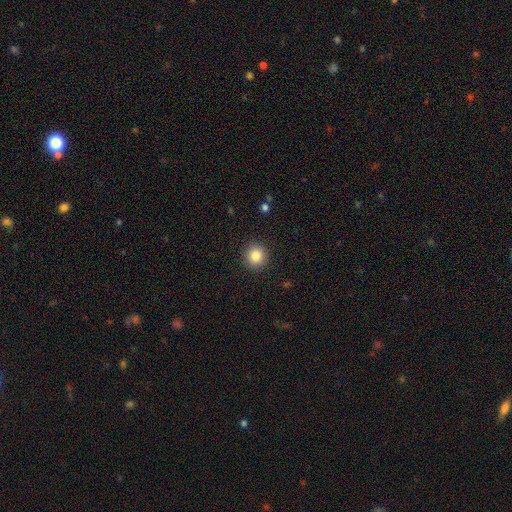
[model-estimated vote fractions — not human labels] The model was most divided on "smooth or featured": smooth: 84%, star or artifact: 10%, featured or disk: 6%. More confident: how rounded — round (92%); merging — none (92%).